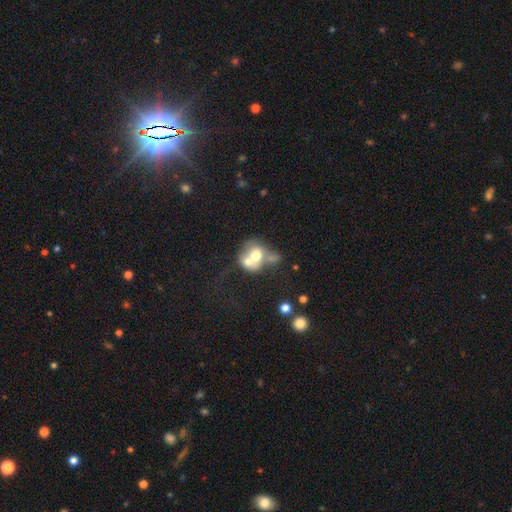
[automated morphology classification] Smooth or featured? smooth (56%)
How rounded? round (63%)
Merging? merger (69%)